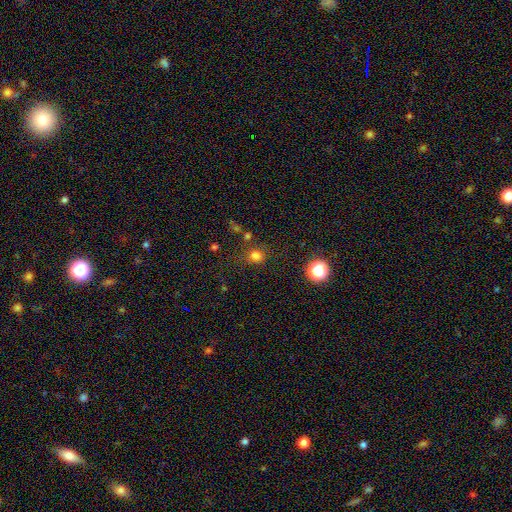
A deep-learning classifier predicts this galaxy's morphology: This is likely a smooth galaxy (74%). How rounded: likely round (80%). Merging: likely none (74%).